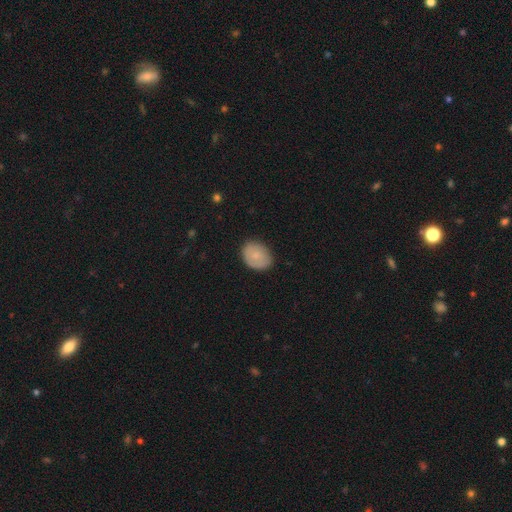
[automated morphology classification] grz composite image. It shows a smooth galaxy with no disk features (77%) that is in between round and cigar-shaped (64%). Merging: none (83%).